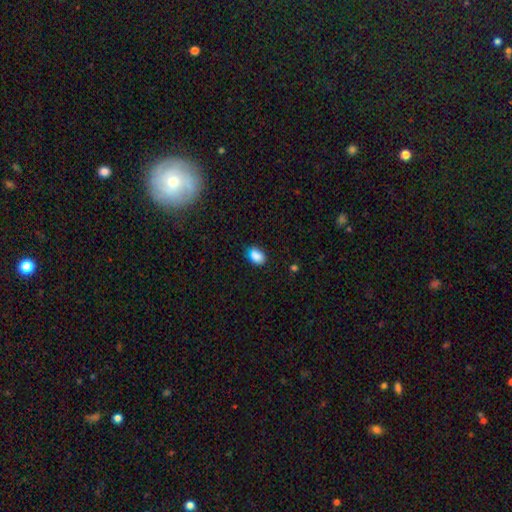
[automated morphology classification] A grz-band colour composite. It shows a smooth galaxy with no disk features (85%) that is in between round and cigar-shaped (80%). Merging: none (68%).